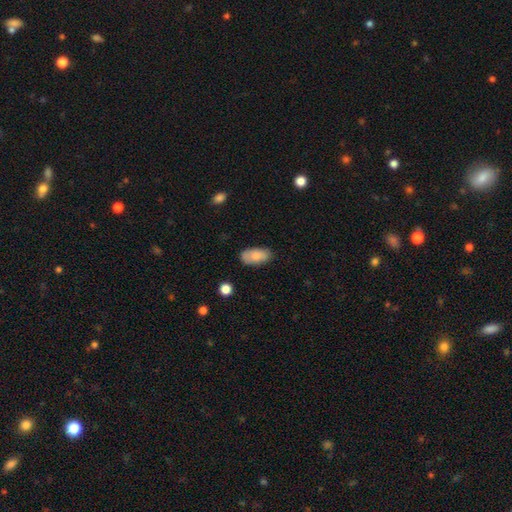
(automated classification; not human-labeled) smooth-or-featured: smooth: 81% | featured or disk: 12% | star or artifact: 7%
  how-rounded: in between: 93% | cigar-shaped: 4% | round: 3%
  merging: none: 76% | minor disturbance: 19% | major disturbance: 4% | merger: 2%